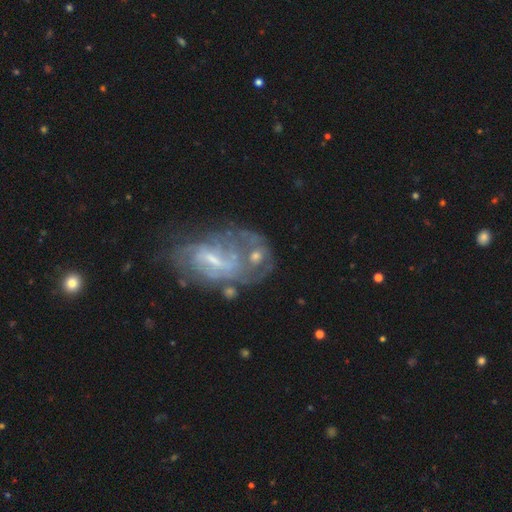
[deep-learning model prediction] Smooth or featured? Predicted: featured or disk (p=0.67). Edge-on disk? Predicted: no (p=0.95). Bar? Predicted: no (p=0.42). Spiral arms? Predicted: yes (p=0.57). Bulge size? Predicted: small (p=0.38). Merging? Predicted: none (p=0.35).